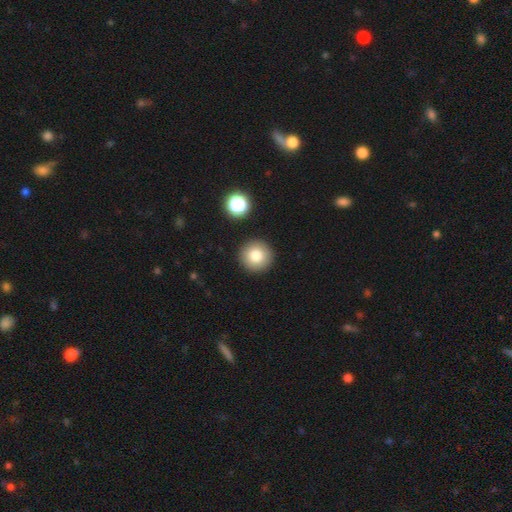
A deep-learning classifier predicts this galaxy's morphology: Smooth or featured: smooth — 80% (star or artifact — 11%)
How rounded: round — 95% (in between — 4%)
Merging: none — 91% (minor disturbance — 5%)